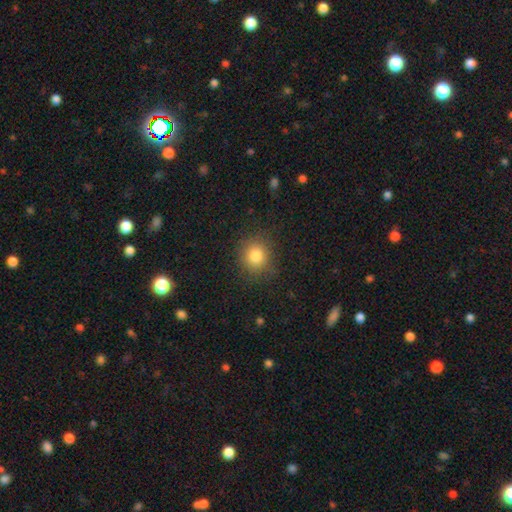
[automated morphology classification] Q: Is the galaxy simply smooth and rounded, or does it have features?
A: smooth — 82%.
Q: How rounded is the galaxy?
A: round — 82%.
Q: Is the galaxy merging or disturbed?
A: none — 84%.